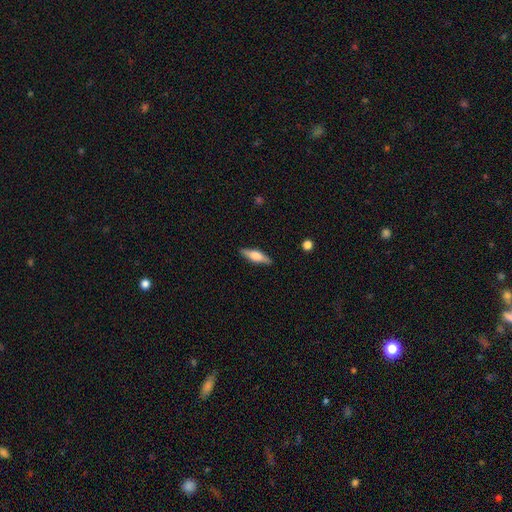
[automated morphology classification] This is possibly a smooth galaxy (53%). How rounded: possibly cigar-shaped (57%). Merging: clearly none (87%).